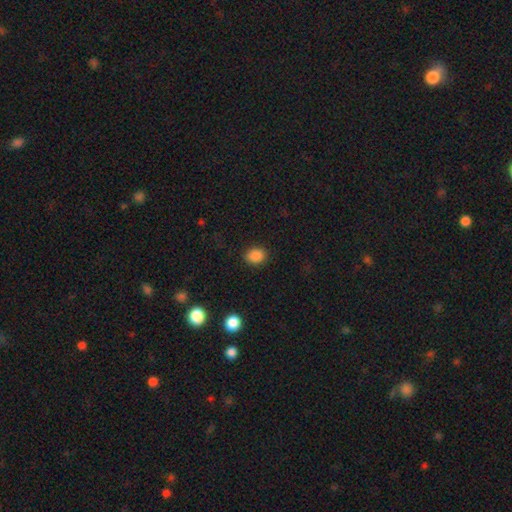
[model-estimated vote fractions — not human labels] Overall: smooth (86%). How rounded: in between (54%; round 45%). Merging: none (89%).